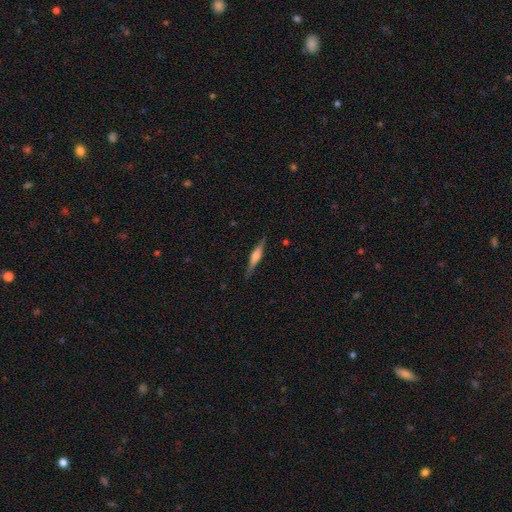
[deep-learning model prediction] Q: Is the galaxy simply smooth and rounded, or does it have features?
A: featured or disk — 66%.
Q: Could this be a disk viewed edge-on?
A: yes — 97%.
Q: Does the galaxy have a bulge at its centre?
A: rounded — 70%.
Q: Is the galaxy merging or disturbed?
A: none — 88%.